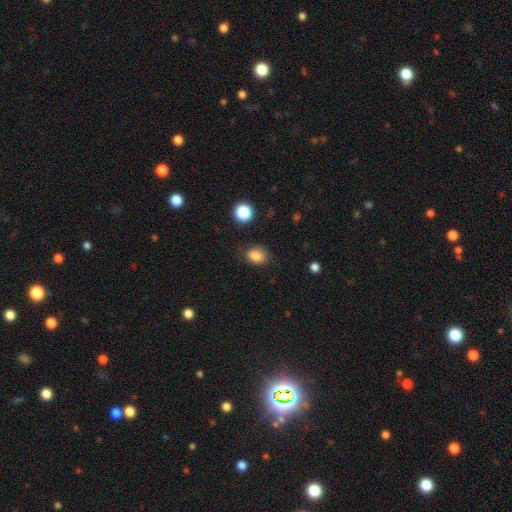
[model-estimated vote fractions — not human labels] A smooth galaxy with no disk features (84%) that is in between round and cigar-shaped (61%). Merging: none (78%).